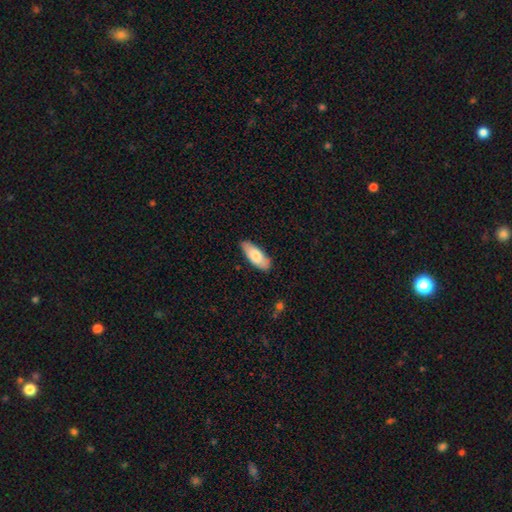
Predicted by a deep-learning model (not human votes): Smooth or featured? smooth (78%)
How rounded? in between (77%)
Merging? none (79%)